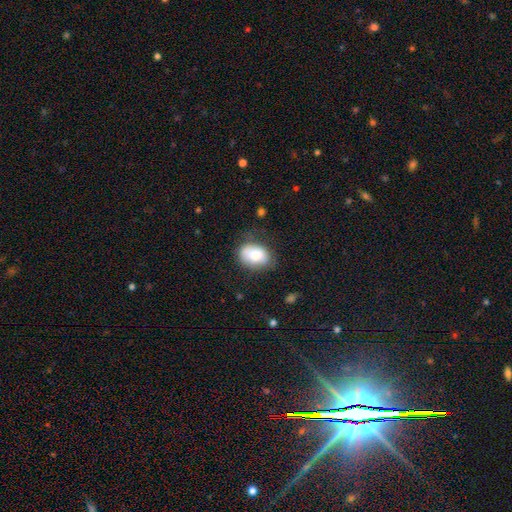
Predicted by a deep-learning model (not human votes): Smooth or featured: smooth — 77% (featured or disk — 16%)
How rounded: in between — 79% (round — 19%)
Merging: none — 65% (minor disturbance — 26%)